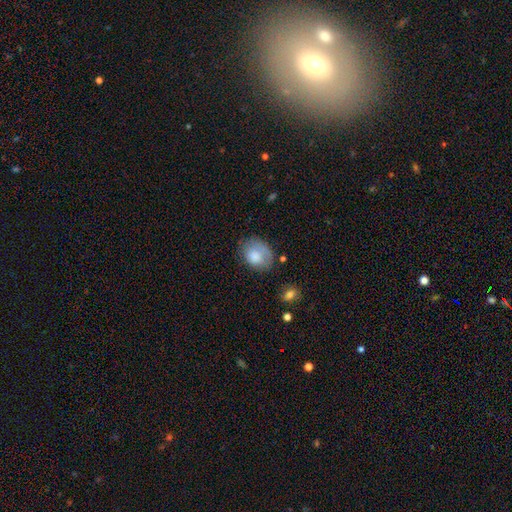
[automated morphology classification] smooth 76%, featured or disk 16%, star or artifact 8%. Down the decision tree: how rounded — in between (56%); merging — none (57%).